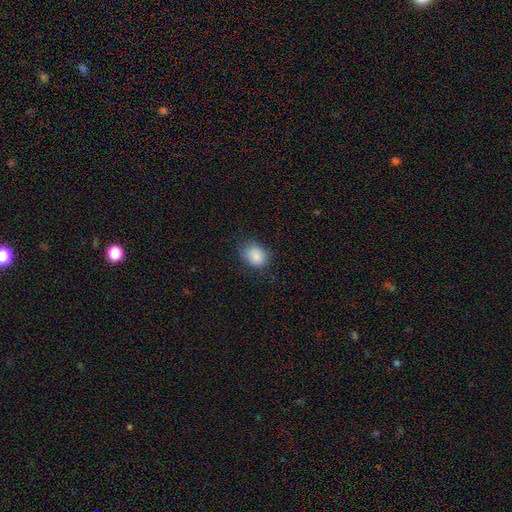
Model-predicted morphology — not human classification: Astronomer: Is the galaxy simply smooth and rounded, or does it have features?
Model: smooth — 86%.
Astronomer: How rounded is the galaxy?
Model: in between — 54% (runner-up: round, 45%).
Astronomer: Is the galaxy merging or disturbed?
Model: none — 77%.